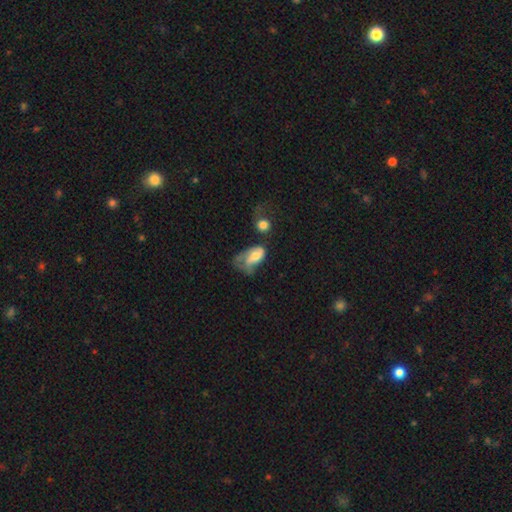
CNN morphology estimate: Smooth or featured? Predicted: smooth (p=0.51). How rounded? Predicted: in between (p=0.87). Merging? Predicted: major disturbance (p=0.46).